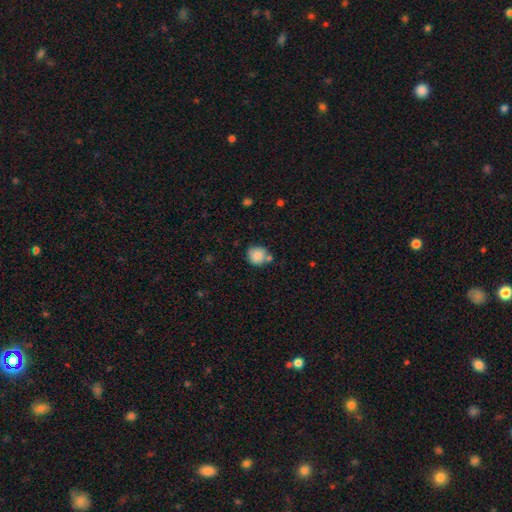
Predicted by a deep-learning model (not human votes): Morphology: type=smooth (85%); roundness=round (89%); merging=none (66%).